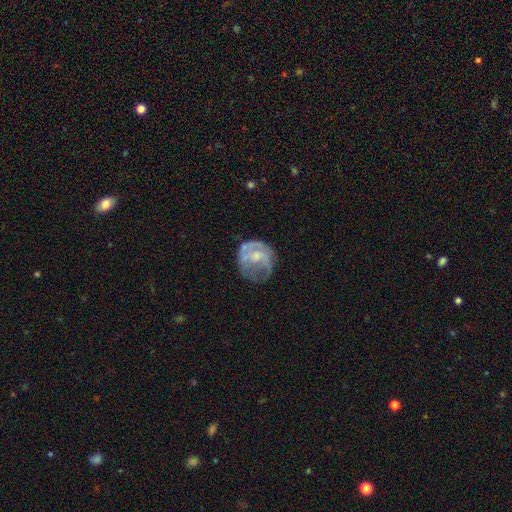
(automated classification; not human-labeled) Smooth or featured? Predicted: featured or disk (p=0.61). Edge-on disk? Predicted: no (p=0.98). Bar? Predicted: no (p=0.71). Spiral arms? Predicted: yes (p=0.52). Bulge size? Predicted: moderate (p=0.41). Merging? Predicted: none (p=0.43).